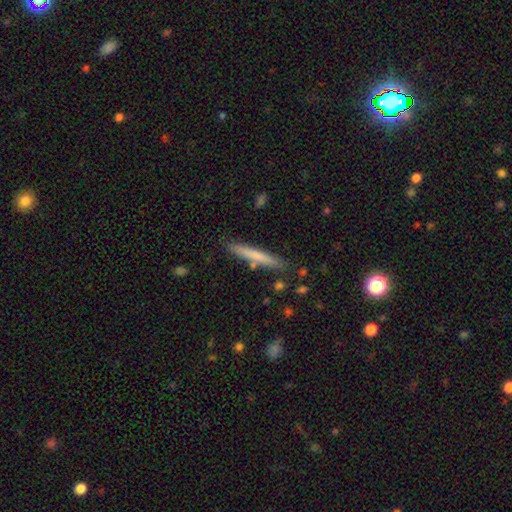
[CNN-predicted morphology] smooth-or-featured: smooth: 68% | featured or disk: 26% | star or artifact: 6%
  how-rounded: cigar-shaped: 95% | in between: 3% | round: 1%
  merging: none: 85% | minor disturbance: 9% | merger: 3% | major disturbance: 2%